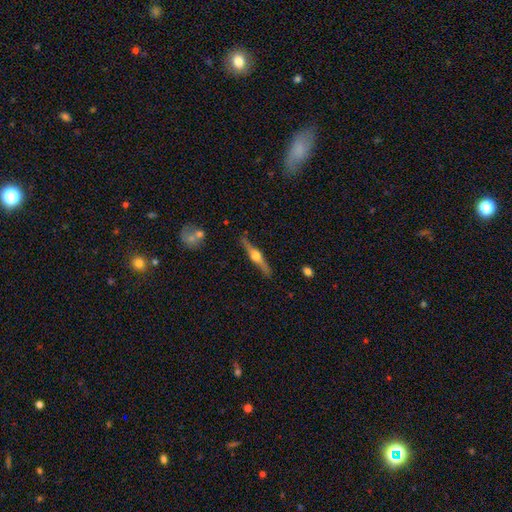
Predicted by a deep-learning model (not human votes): Overall: featured or disk (76%). Edge-on disk: yes (96%). Edge-on bulge: rounded (95%). Merging: none (86%).